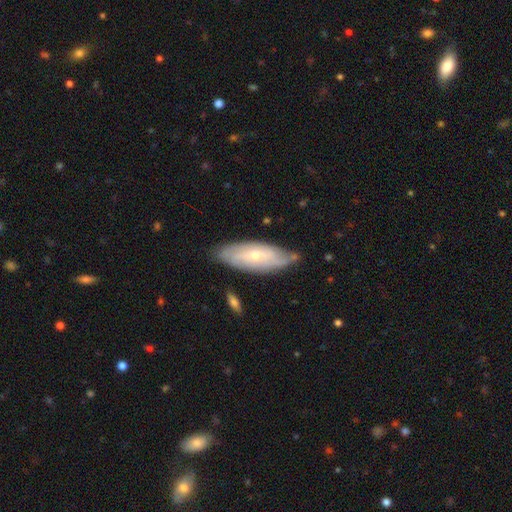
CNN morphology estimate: The model was most divided on "bar": no: 57%, weak: 32%, strong: 11%. More confident: edge-on disk — no (81%); spiral arms — yes (78%); merging — none (68%); bulge size — small (67%); smooth or featured — featured or disk (63%).